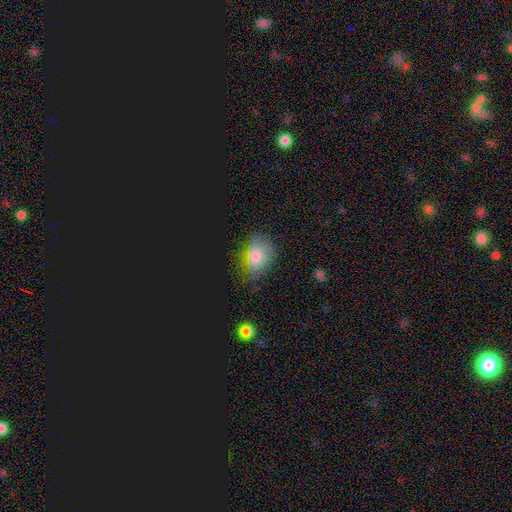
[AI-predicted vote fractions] Morphology: type=smooth (65%); roundness=in between (69%); merging=none (70%).